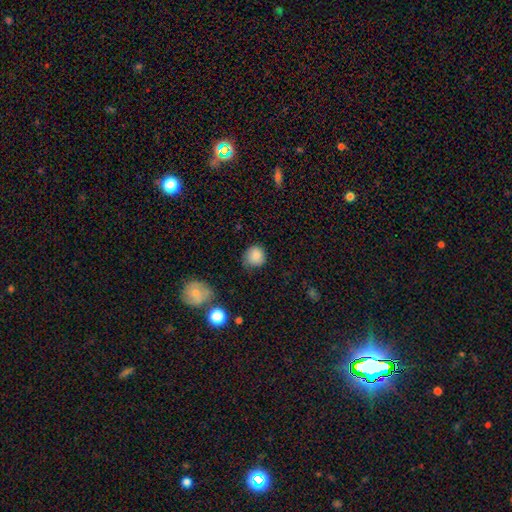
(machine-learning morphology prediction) This appears to be a smooth galaxy with no disk features (84%) that is round (86%). Merging: none (67%).